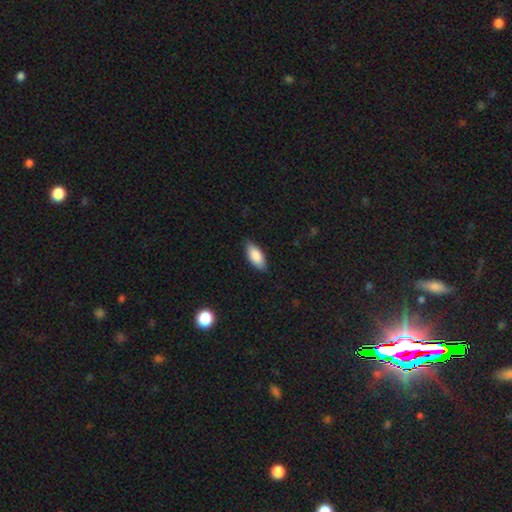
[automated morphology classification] Smooth or featured? Predicted: smooth (p=0.86). How rounded? Predicted: in between (p=0.87). Merging? Predicted: none (p=0.84).